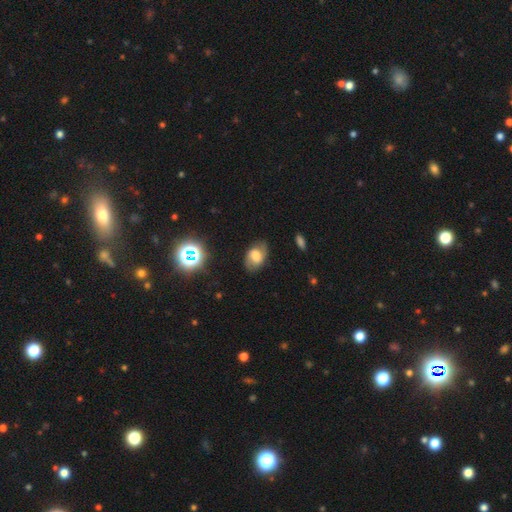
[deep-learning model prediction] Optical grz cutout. It shows a featured or disk galaxy (48%). Merging: none (75%).